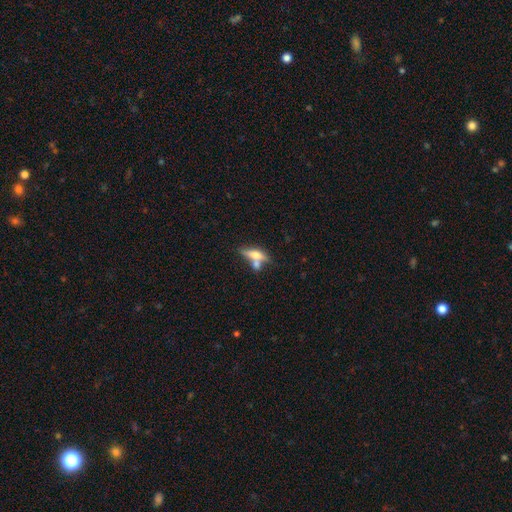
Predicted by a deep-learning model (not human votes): smooth 49%, featured or disk 43%, star or artifact 8%. Down the decision tree: merging — none (44%).